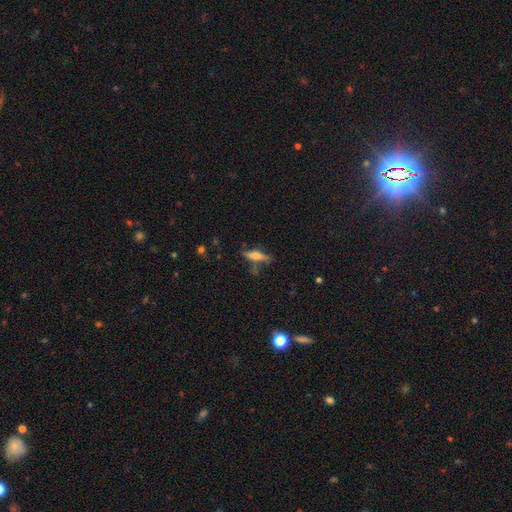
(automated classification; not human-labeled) A smooth galaxy with no disk features (49%). Merging: none (67%).